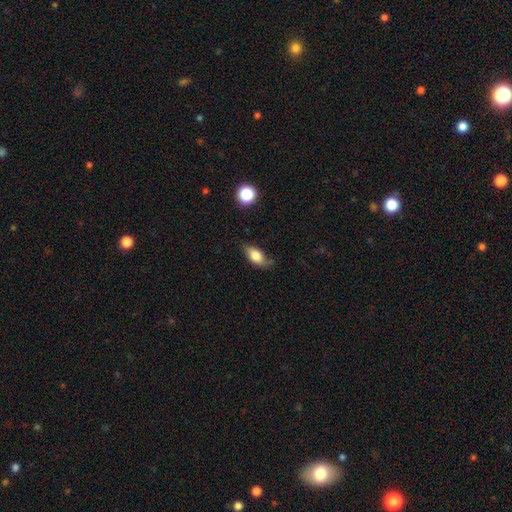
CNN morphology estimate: This is likely a smooth galaxy (72%). How rounded: clearly in between (85%). Merging: possibly none (57%).